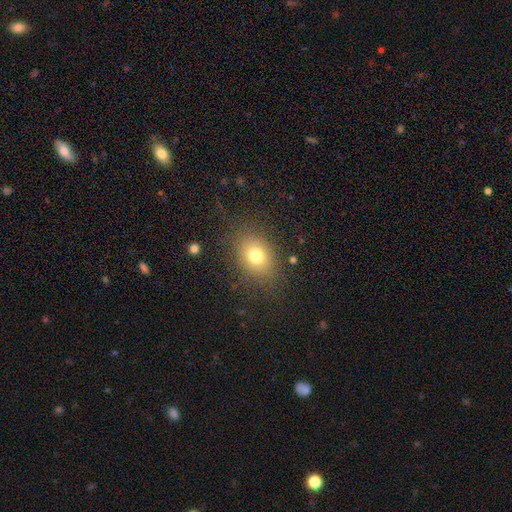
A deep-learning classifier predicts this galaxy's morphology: Smooth or featured?
  - smooth: 75% *
  - star or artifact: 13%
  - featured or disk: 12%
How rounded?
  - in between: 58% *
  - round: 41%
  - cigar-shaped: 1%
Merging?
  - none: 81% *
  - minor disturbance: 12%
  - major disturbance: 6%
  - merger: 1%